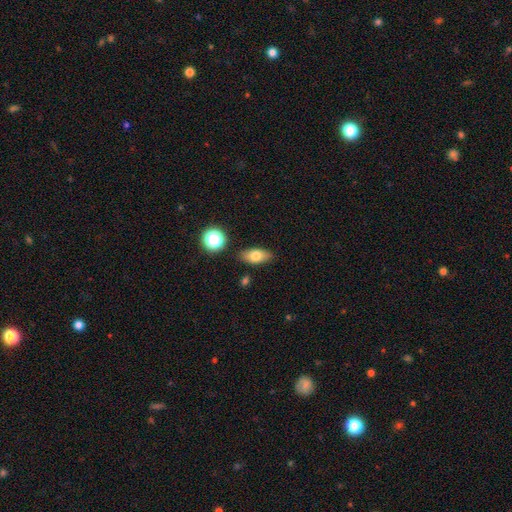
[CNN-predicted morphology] Overall: smooth (76%). How rounded: in between (84%). Merging: none (84%).